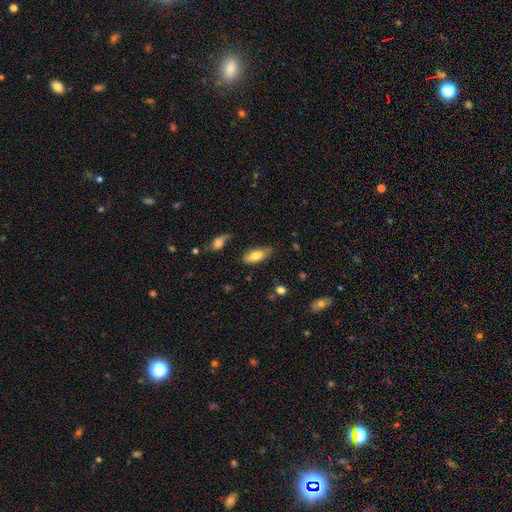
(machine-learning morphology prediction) Smooth or featured: smooth — 75% (featured or disk — 18%)
How rounded: in between — 85% (cigar-shaped — 13%)
Merging: none — 74% (minor disturbance — 19%)